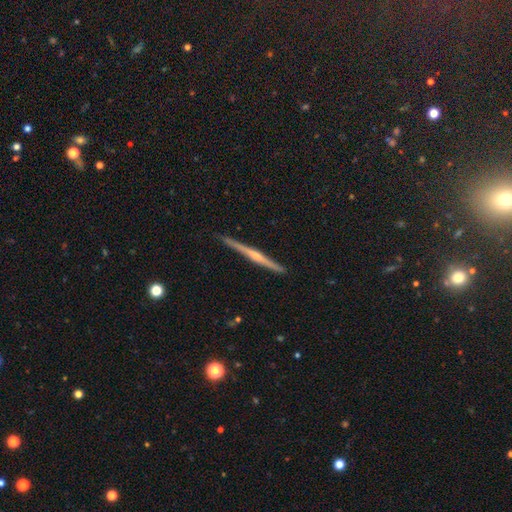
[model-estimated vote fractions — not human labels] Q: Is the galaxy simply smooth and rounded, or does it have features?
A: featured or disk — 76%.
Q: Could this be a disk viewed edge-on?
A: yes — 98%.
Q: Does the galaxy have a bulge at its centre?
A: rounded — 69%.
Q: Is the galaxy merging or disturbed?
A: none — 90%.